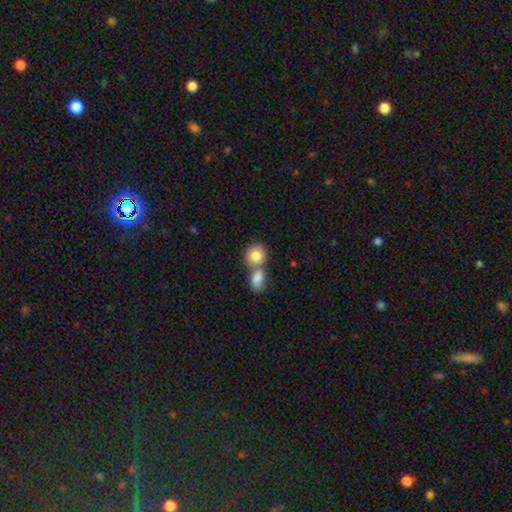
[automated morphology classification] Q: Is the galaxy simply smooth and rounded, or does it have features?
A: smooth — 82%.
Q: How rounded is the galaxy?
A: round — 76%.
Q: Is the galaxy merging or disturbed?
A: merger — 52%.